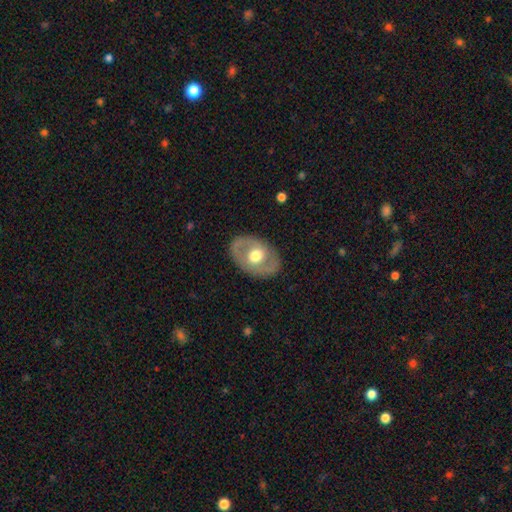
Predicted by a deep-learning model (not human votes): Smooth or featured? featured or disk (60%)
Edge-on disk? no (93%)
Bar? no (66%)
Spiral arms? no (62%)
Bulge size? moderate (69%)
Merging? none (85%)